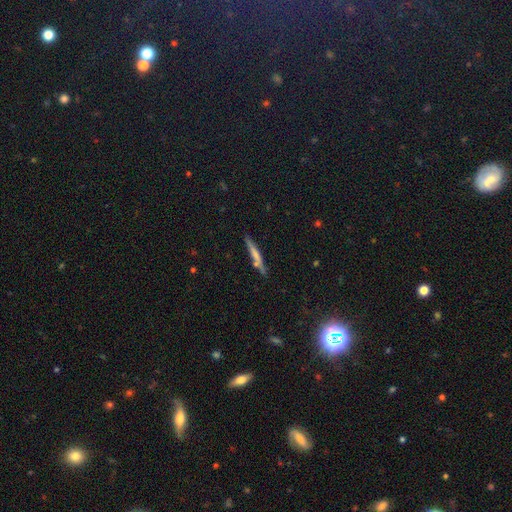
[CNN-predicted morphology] A smooth galaxy with no disk features (53%) that is cigar-shaped (95%). Merging: none (82%).